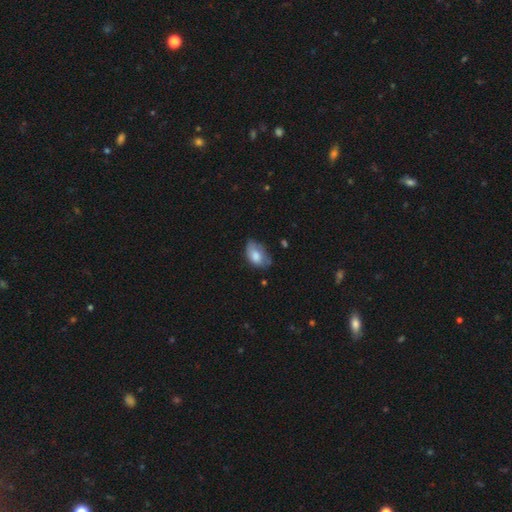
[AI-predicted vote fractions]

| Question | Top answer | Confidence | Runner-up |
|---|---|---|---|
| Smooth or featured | smooth | 75% | featured or disk (18%) |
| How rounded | in between | 90% | round (8%) |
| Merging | none | 46% | minor disturbance (40%) |